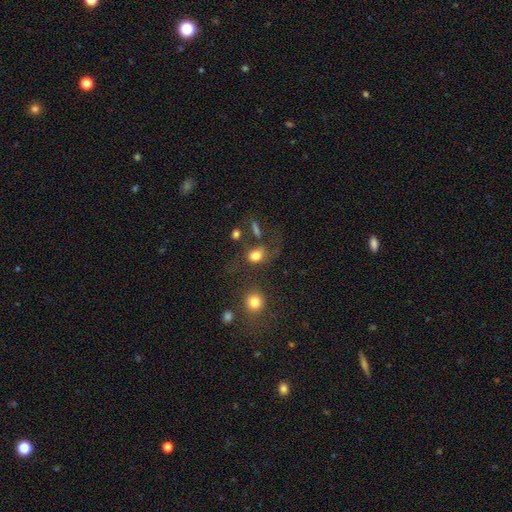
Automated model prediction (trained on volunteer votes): smooth_or_featured: smooth (p=0.77) [alt: star or artifact p=0.12]
how_rounded: in between (p=0.57) [alt: round p=0.41]
merging: none (p=0.52) [alt: minor disturbance p=0.18]